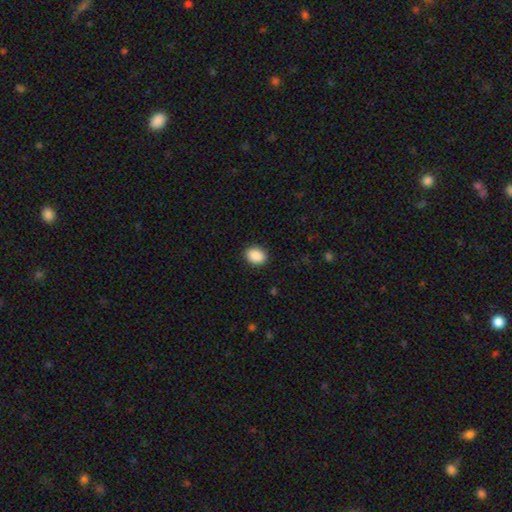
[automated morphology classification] The model was most divided on "how rounded": in between: 60%, round: 39%, cigar-shaped: 1%. More confident: smooth or featured — smooth (90%); merging — none (90%).